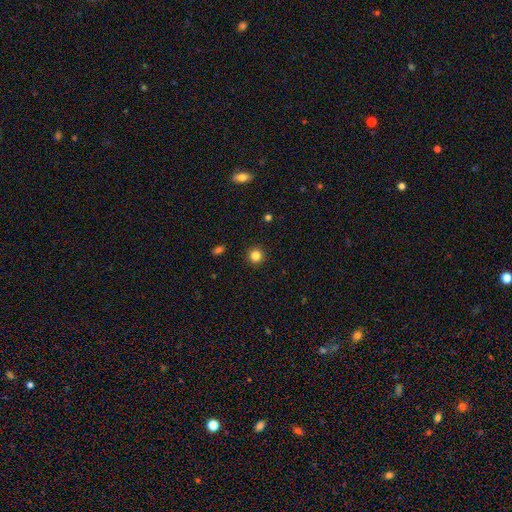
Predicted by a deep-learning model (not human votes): Smooth or featured? Predicted: smooth (p=0.84). How rounded? Predicted: round (p=0.95). Merging? Predicted: none (p=0.93).